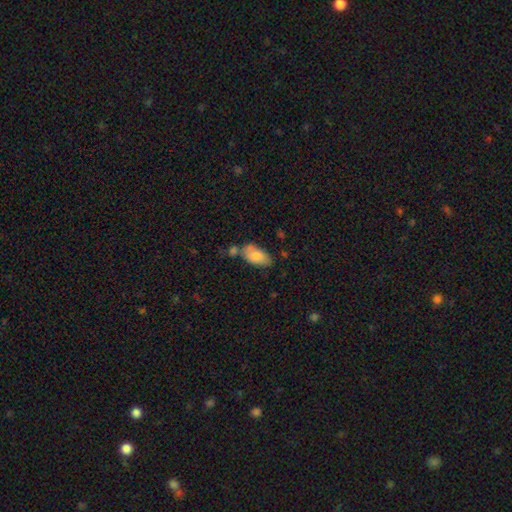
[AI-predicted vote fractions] Morphology: type=smooth (79%); roundness=in between (93%); merging=none (56%).